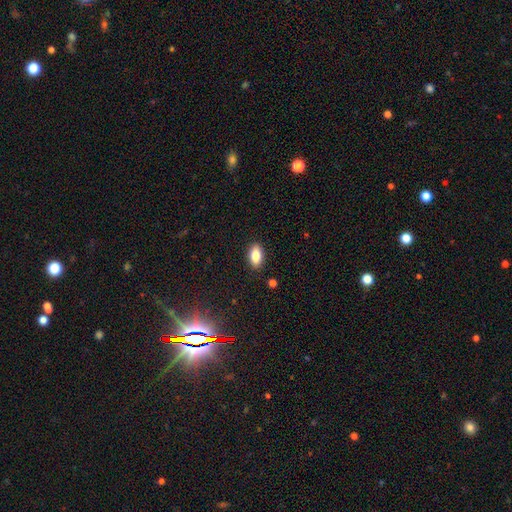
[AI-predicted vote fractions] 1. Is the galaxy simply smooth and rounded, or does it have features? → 83% smooth, 9% featured or disk, 8% star or artifact.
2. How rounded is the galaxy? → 90% in between, 5% cigar-shaped, 5% round.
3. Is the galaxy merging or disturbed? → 88% none, 8% minor disturbance, 2% major disturbance, 1% merger.